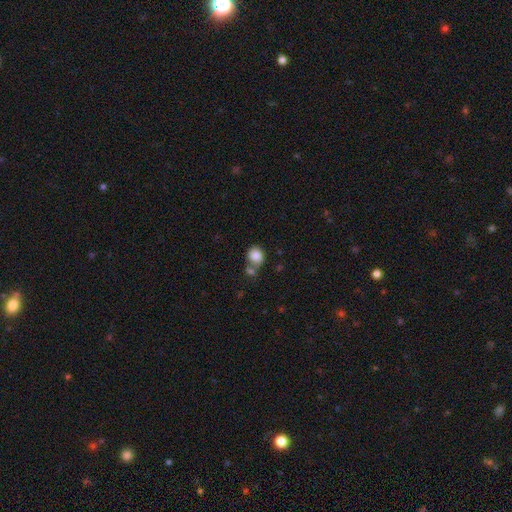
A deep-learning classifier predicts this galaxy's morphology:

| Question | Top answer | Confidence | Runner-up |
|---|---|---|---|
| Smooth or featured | smooth | 84% | star or artifact (9%) |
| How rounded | round | 69% | in between (30%) |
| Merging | none | 50% | merger (30%) |